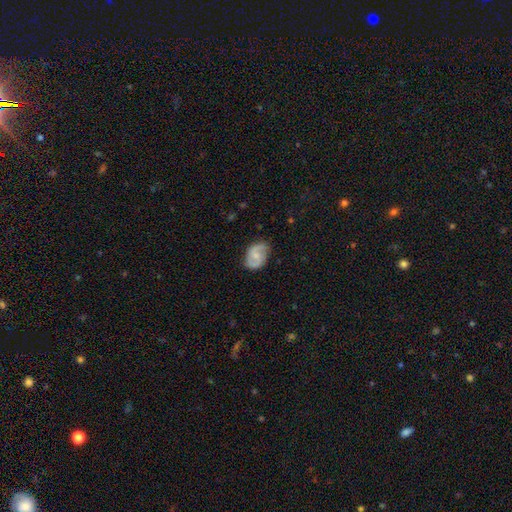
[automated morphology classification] featured or disk 72%, smooth 22%, star or artifact 6%. Down the decision tree: edge-on disk — no (97%); bar — no (49%); spiral arms — yes (93%); spiral arm count — 2 (89%); spiral winding — medium (51%); bulge size — small (51%); merging — none (77%).